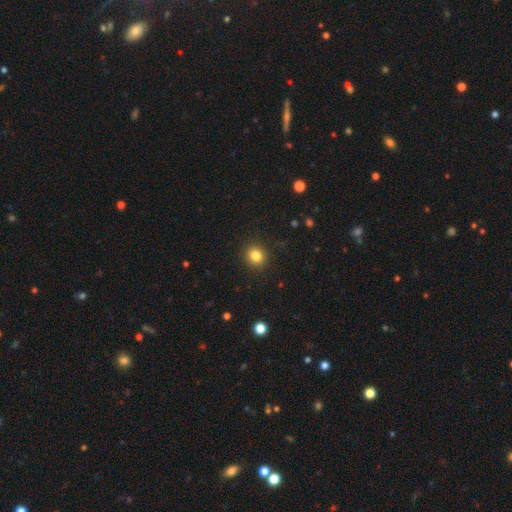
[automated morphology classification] Overall: smooth (83%). How rounded: round (81%). Merging: none (91%).